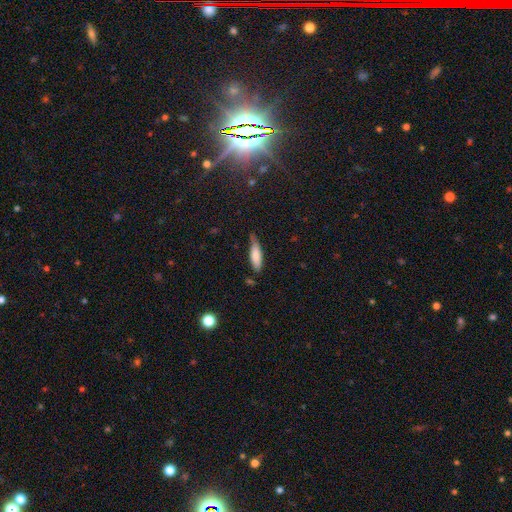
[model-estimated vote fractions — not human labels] Smooth or featured: smooth — 78% (featured or disk — 15%)
How rounded: cigar-shaped — 56% (in between — 43%)
Merging: none — 58% (minor disturbance — 32%)